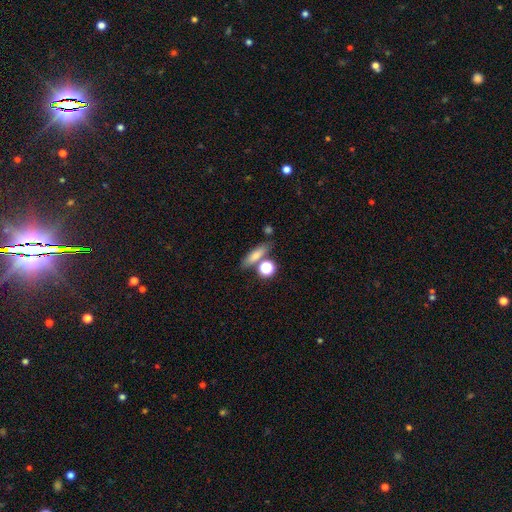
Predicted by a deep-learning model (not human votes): Smooth or featured? Predicted: smooth (p=0.73). How rounded? Predicted: cigar-shaped (p=0.45). Merging? Predicted: none (p=0.67).